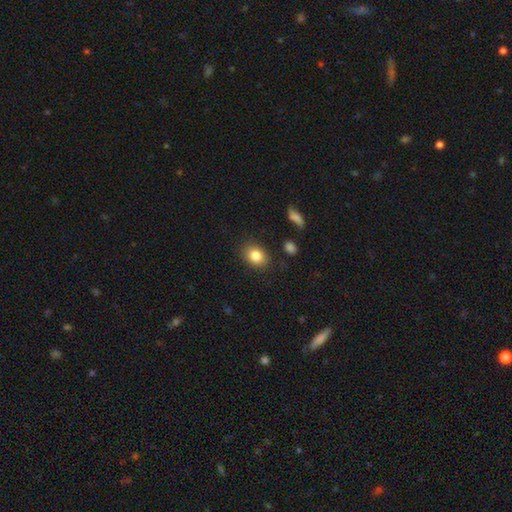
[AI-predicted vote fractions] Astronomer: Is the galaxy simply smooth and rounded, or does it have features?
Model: smooth — 84%.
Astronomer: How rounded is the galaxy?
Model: in between — 61% (runner-up: round, 37%).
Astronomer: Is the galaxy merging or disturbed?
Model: none — 84%.